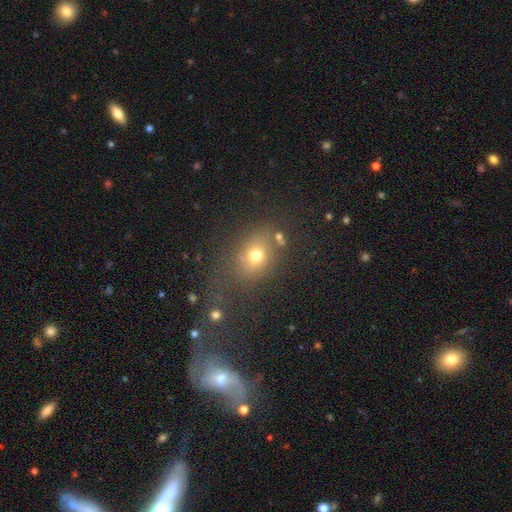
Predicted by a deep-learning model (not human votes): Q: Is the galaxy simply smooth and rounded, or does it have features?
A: smooth — 70%.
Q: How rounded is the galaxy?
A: in between — 52%.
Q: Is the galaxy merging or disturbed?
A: none — 63%.